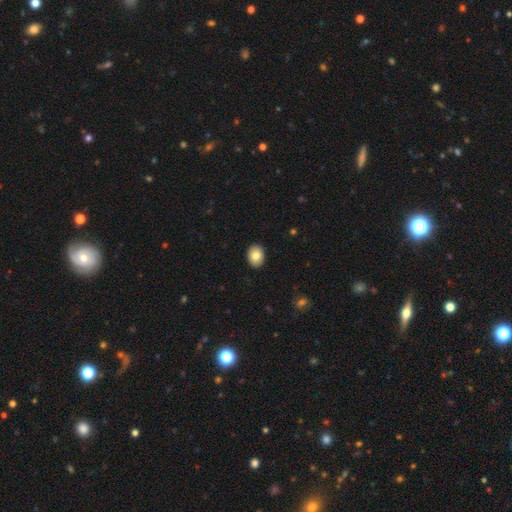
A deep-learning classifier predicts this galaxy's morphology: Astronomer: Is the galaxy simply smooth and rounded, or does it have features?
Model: smooth — 82%.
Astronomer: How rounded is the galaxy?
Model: in between — 67%.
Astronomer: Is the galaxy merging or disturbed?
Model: none — 91%.